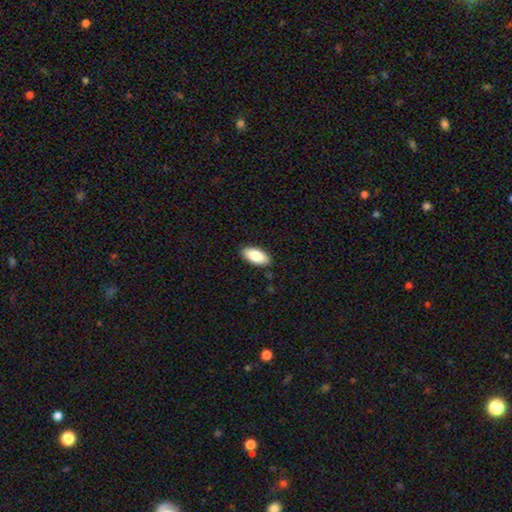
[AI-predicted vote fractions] Morphology: type=smooth (85%); roundness=in between (92%); merging=none (88%).